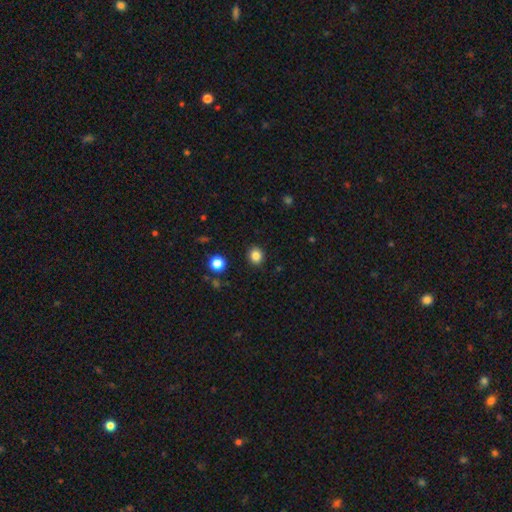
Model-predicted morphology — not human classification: type=smooth (85%); roundness=round (78%); merging=none (90%).